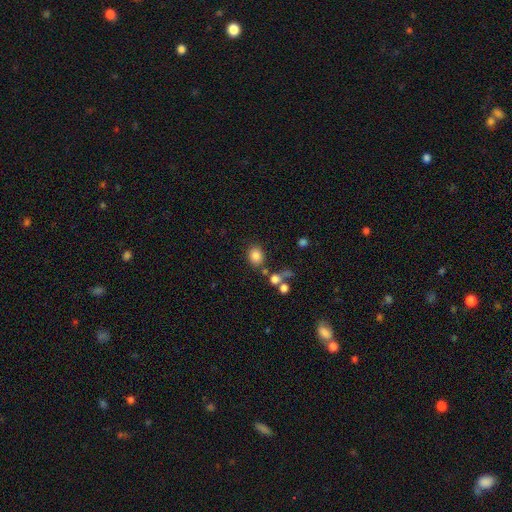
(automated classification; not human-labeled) Q: Smooth or featured?
A: smooth (83%); runner-up: star or artifact (11%)
Q: How rounded?
A: round (55%); runner-up: in between (44%)
Q: Merging?
A: none (74%); runner-up: minor disturbance (11%)